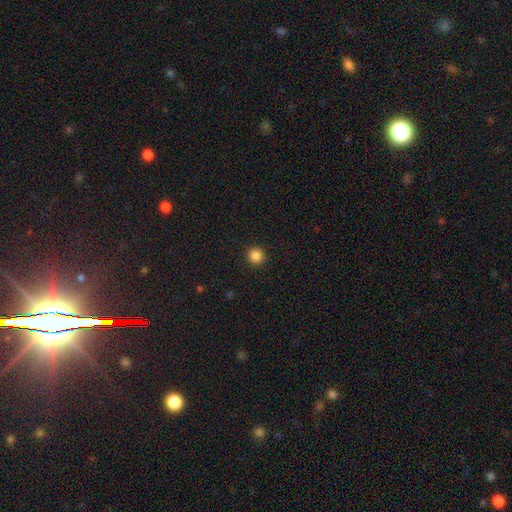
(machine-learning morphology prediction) This is clearly a smooth galaxy (85%). How rounded: clearly round (95%). Merging: clearly none (93%).